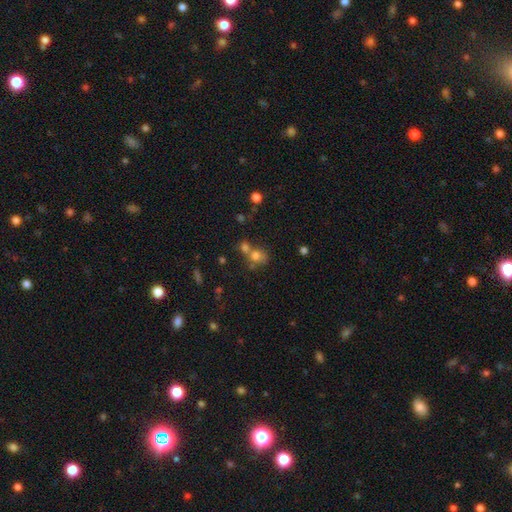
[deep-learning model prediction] Smooth or featured: smooth — 73% (star or artifact — 15%)
How rounded: round — 68% (in between — 31%)
Merging: merger — 46% (none — 39%)